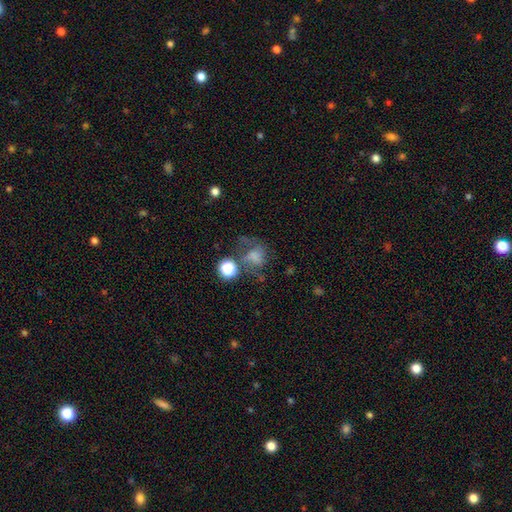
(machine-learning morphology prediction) A smooth galaxy with no disk features (42%). Merging: none (40%).